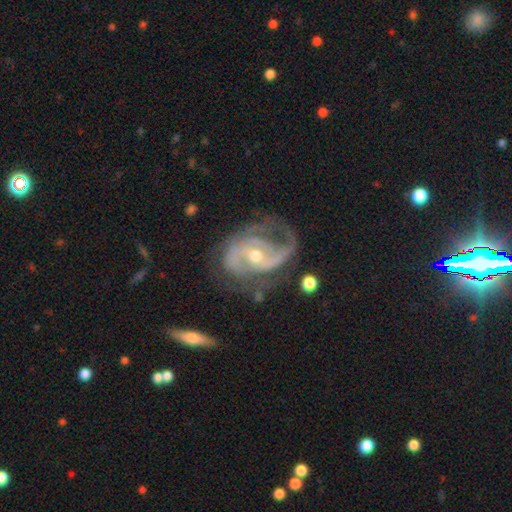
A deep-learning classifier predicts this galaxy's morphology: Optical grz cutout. It shows a featured or disk galaxy (88%) with no bar (43%), 2 (58%) medium (47%) spiral arms (94%) and a moderate central bulge (53%). Merging: none (48%).